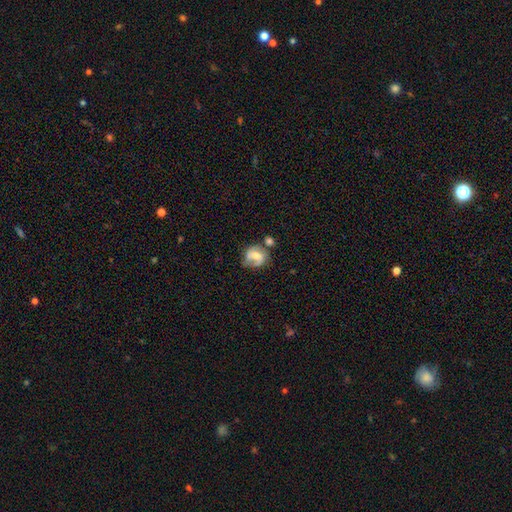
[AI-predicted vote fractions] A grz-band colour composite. It shows a featured or disk galaxy (60%) with no bar (43%), spiral arms (80%) and a moderate central bulge (57%). Merging: none (48%).